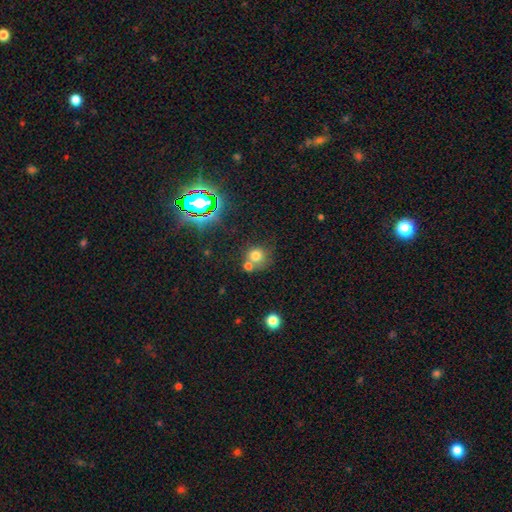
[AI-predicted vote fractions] smooth 72%, star or artifact 18%, featured or disk 10%. Down the decision tree: how rounded — round (88%); merging — none (52%).